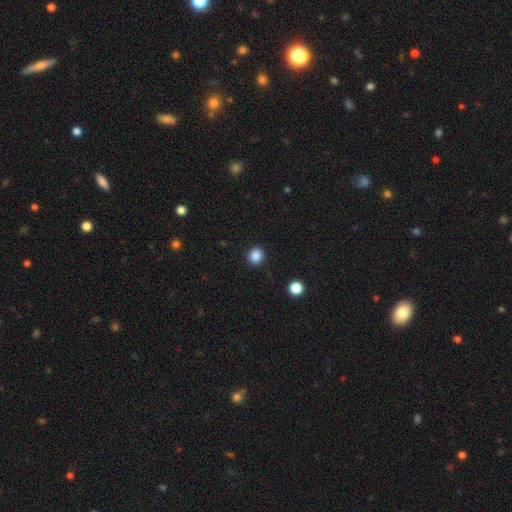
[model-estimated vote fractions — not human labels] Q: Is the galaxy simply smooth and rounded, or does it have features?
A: smooth — 86%.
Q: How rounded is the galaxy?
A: round — 90%.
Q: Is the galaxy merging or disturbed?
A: none — 92%.